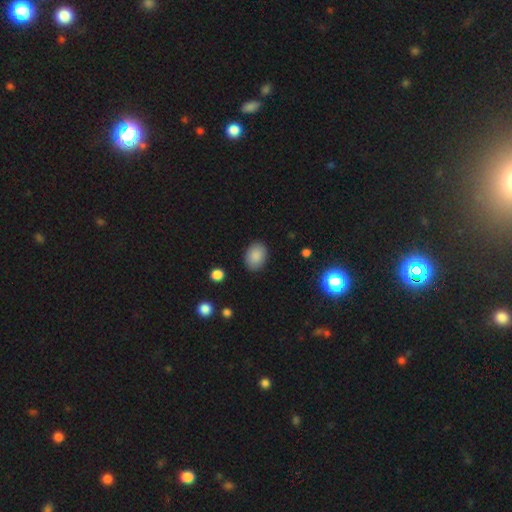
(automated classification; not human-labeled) The model was most divided on "how rounded": in between: 78%, round: 21%, cigar-shaped: 1%. More confident: merging — none (88%); smooth or featured — smooth (87%).